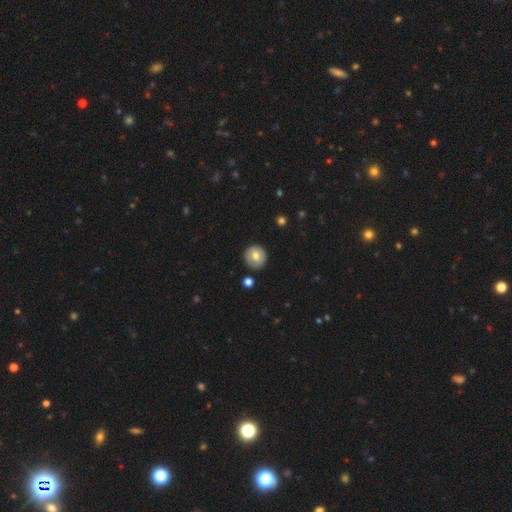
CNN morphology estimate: smooth 70%, featured or disk 22%, star or artifact 8%. Down the decision tree: how rounded — round (91%); merging — none (86%).